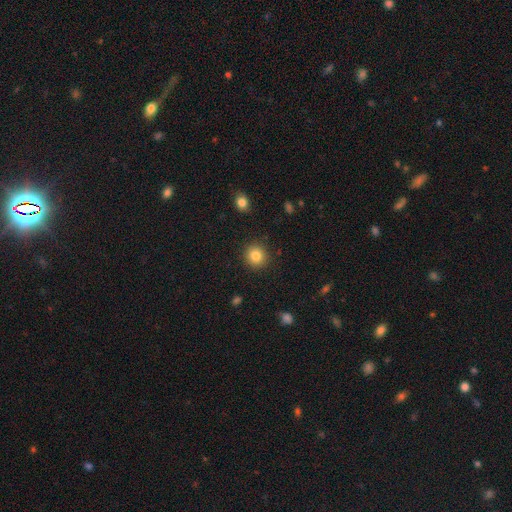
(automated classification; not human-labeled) Smooth or featured? Predicted: smooth (p=0.83). How rounded? Predicted: round (p=0.89). Merging? Predicted: none (p=0.91).